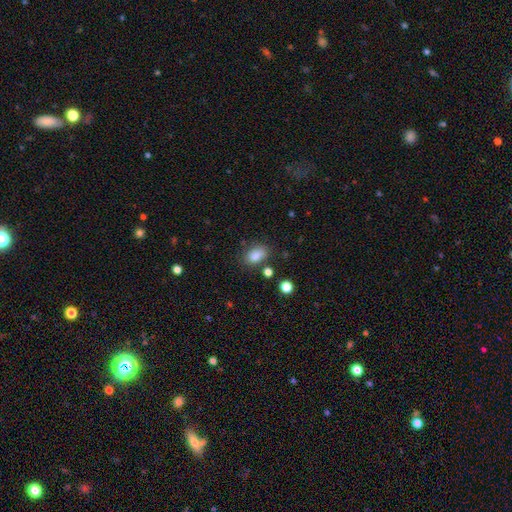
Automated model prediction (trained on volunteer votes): smooth 85%, star or artifact 10%, featured or disk 5%. Down the decision tree: how rounded — in between (87%); merging — none (72%).